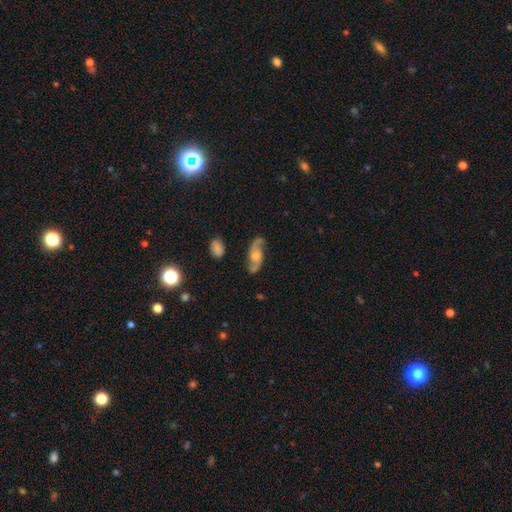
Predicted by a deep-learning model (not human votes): The model was most divided on "spiral winding": loose: 52%, medium: 38%, tight: 10%. Remaining: spiral arms — yes (94%); edge-on disk — no (93%); spiral arm count — 2 (90%); smooth or featured — featured or disk (77%); merging — none (73%); bar — no (63%); bulge size — moderate (44%).